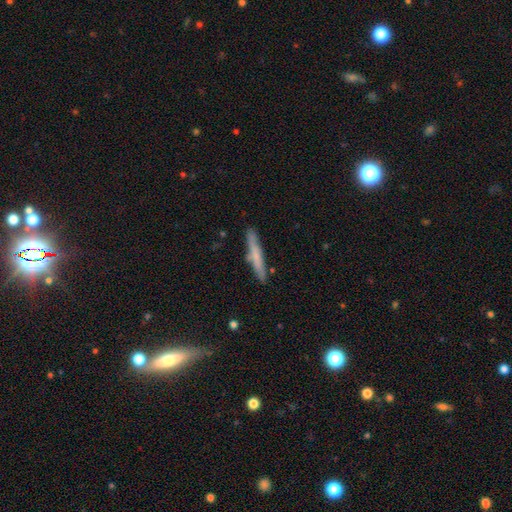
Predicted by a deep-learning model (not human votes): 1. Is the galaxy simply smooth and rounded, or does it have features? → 56% smooth, 38% featured or disk, 6% star or artifact.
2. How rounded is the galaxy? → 95% cigar-shaped, 4% in between, 1% round.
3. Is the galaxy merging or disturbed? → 85% none, 11% minor disturbance, 2% merger, 2% major disturbance.